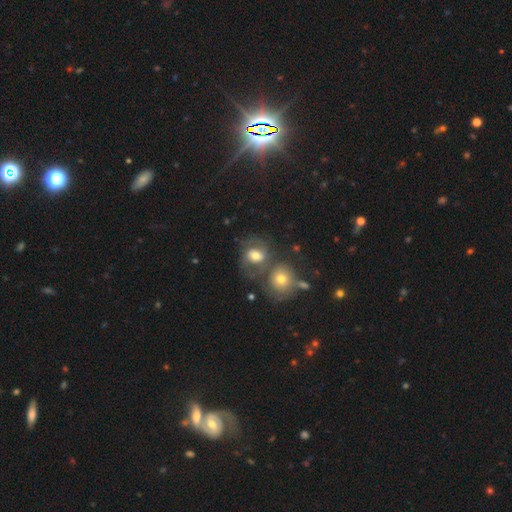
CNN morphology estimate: smooth_or_featured: featured or disk (p=0.50) [alt: smooth p=0.40]
merging: none (p=0.41) [alt: merger p=0.34]